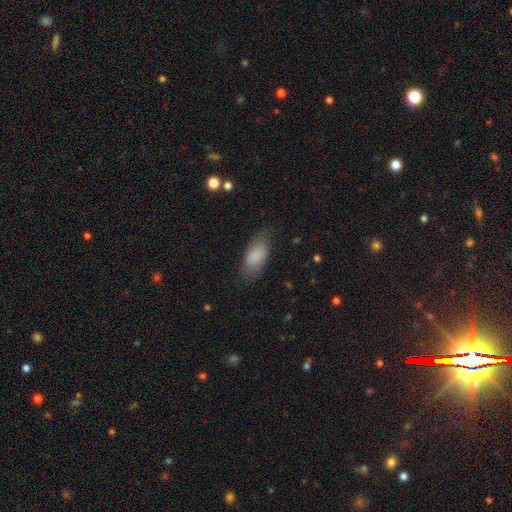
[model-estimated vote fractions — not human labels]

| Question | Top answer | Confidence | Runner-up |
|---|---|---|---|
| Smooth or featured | smooth | 84% | featured or disk (9%) |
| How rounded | in between | 85% | cigar-shaped (12%) |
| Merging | none | 77% | minor disturbance (16%) |